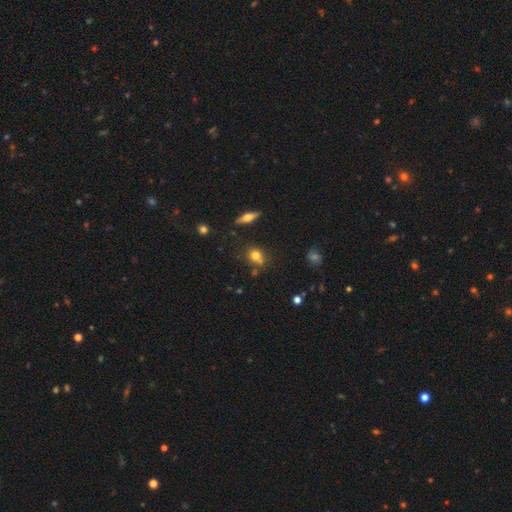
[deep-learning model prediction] This is likely a smooth galaxy (73%). How rounded: possibly round (59%). Merging: likely none (61%).